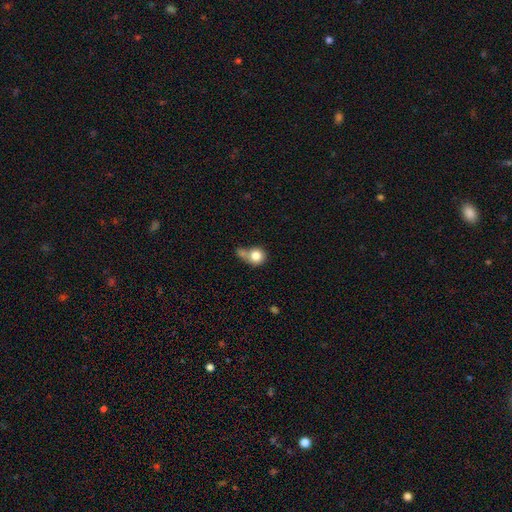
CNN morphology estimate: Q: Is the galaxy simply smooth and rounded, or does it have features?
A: smooth — 80%.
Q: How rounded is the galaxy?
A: round — 82%.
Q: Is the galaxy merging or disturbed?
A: merger — 36%.